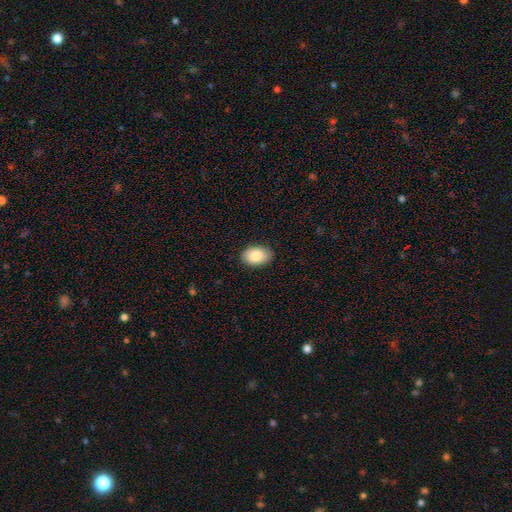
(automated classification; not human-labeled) Smooth or featured? smooth (86%)
How rounded? in between (88%)
Merging? none (87%)